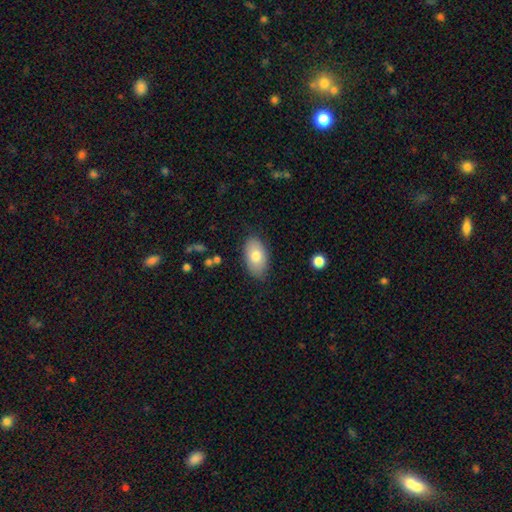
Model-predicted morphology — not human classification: smooth_or_featured: smooth (p=0.77) [alt: featured or disk p=0.17]
how_rounded: in between (p=0.94) [alt: round p=0.05]
merging: none (p=0.83) [alt: minor disturbance p=0.13]